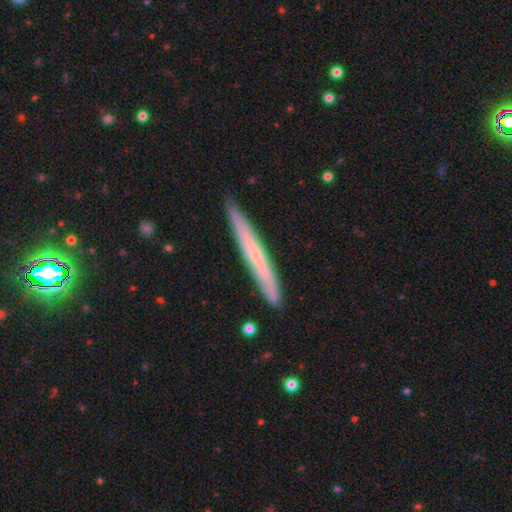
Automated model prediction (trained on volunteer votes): This appears to be a featured or disk galaxy (48%). Merging: none (90%).